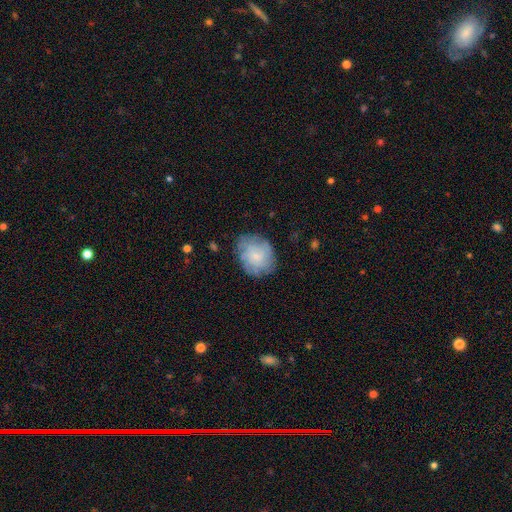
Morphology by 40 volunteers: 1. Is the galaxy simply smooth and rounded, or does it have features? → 48% featured or disk, 40% smooth, 12% star or artifact.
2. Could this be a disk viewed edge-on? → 95% no, 5% yes.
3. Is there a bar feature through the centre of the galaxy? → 78% no, 17% weak, 6% strong.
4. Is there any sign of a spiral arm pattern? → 78% yes, 22% no.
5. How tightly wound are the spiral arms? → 64% tight, 29% medium, 7% loose.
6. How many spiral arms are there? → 71% can't tell, 14% 2, 14% 3, 0% 1, 0% 4, 0% more than 4.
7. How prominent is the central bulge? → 72% small, 17% moderate, 11% none, 0% dominant, 0% large.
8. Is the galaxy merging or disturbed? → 66% none, 29% minor disturbance, 3% major disturbance, 3% merger.